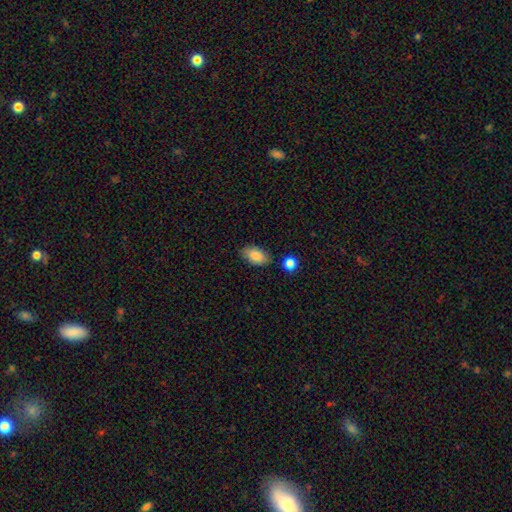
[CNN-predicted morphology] Smooth or featured? Predicted: smooth (p=0.85). How rounded? Predicted: in between (p=0.92). Merging? Predicted: none (p=0.80).